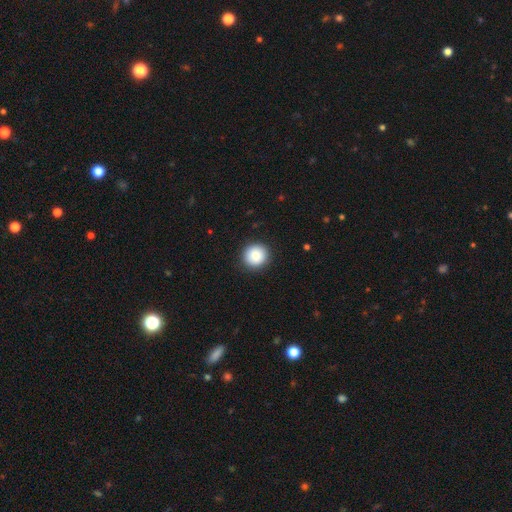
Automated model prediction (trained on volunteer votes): Morphology: type=smooth (81%); roundness=round (94%); merging=none (91%).